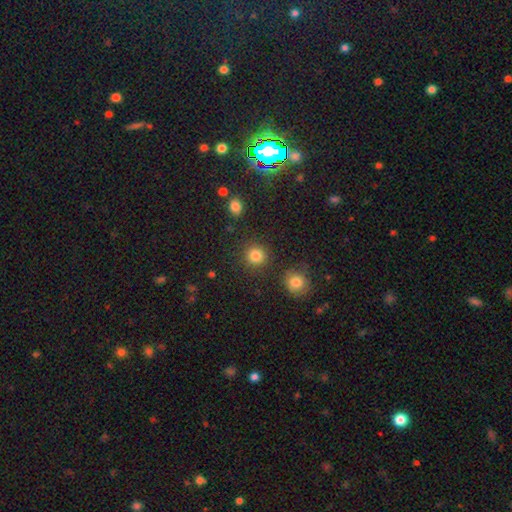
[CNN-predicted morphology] This is clearly a smooth galaxy (84%). How rounded: clearly round (92%). Merging: clearly none (87%).